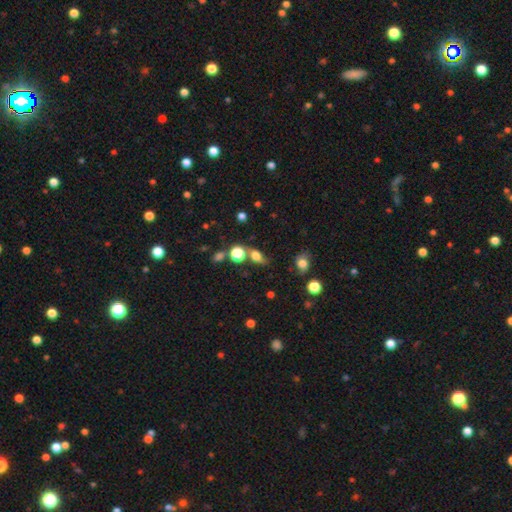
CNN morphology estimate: smooth-or-featured: smooth: 67% | star or artifact: 18% | featured or disk: 15%
  how-rounded: in between: 51% | round: 43% | cigar-shaped: 6%
  merging: none: 53% | minor disturbance: 19% | merger: 18% | major disturbance: 10%